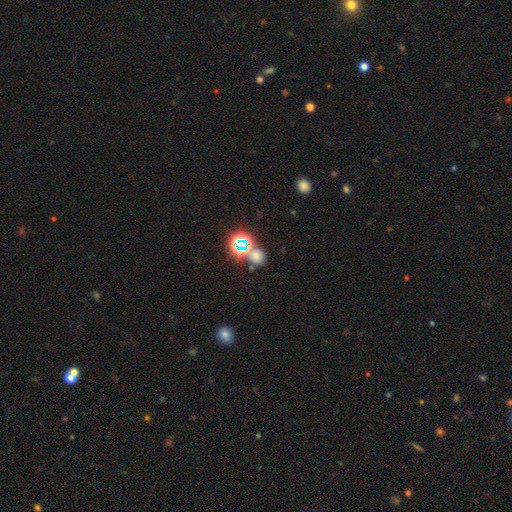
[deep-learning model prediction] smooth 49%, star or artifact 42%, featured or disk 9%. Down the decision tree: merging — none (59%).